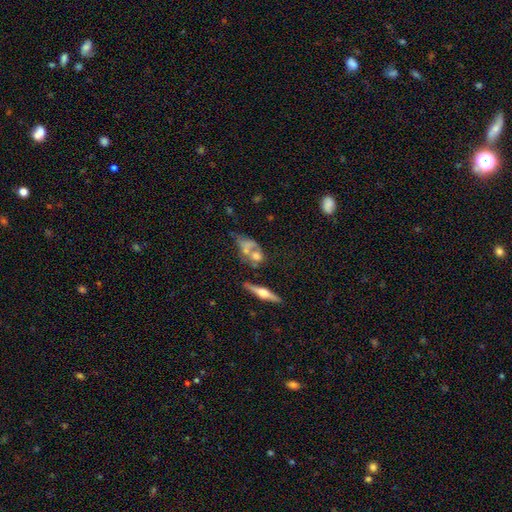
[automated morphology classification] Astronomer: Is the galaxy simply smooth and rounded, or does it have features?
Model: featured or disk — 46% (runner-up: smooth, 42%).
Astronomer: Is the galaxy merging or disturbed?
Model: none — 36% (runner-up: merger, 31%).